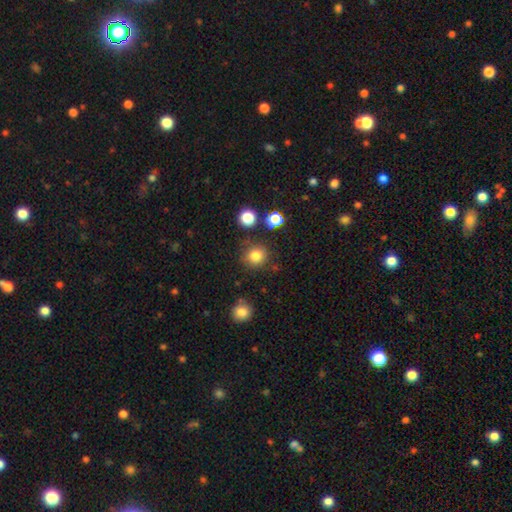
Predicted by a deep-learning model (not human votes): This appears to be a smooth galaxy with no disk features (82%) that is round (88%). Merging: none (82%).